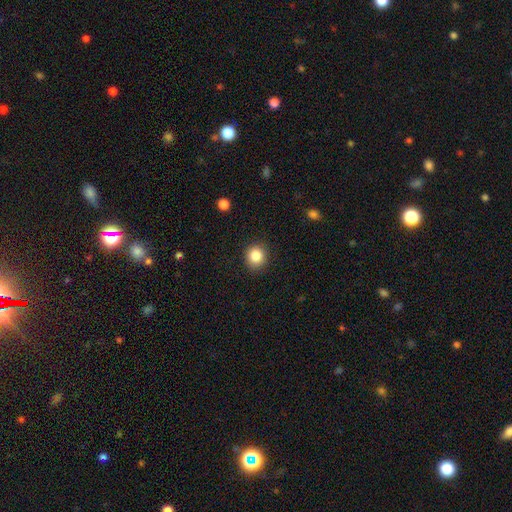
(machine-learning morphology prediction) A smooth galaxy with no disk features (85%) that is round (83%).

Vote fractions:
- Smooth or featured? smooth: 85% / star or artifact: 10% / featured or disk: 5%
- How rounded? round: 83% / in between: 16% / cigar-shaped: 1%
- Merging? none: 89% / minor disturbance: 8% / major disturbance: 2% / merger: 1%